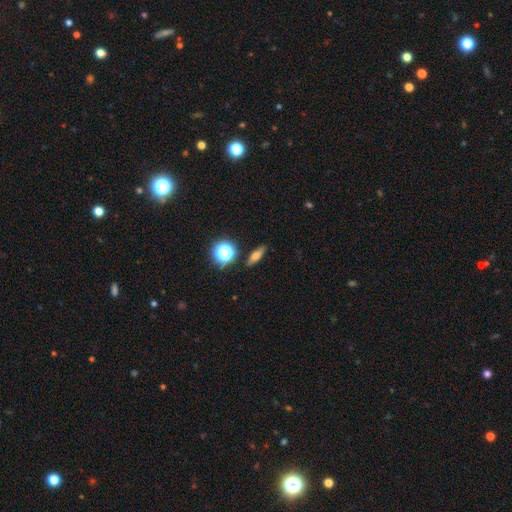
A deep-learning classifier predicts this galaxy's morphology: This is likely a smooth galaxy (61%). How rounded: marginally cigar-shaped (43%, tied with in between). Merging: clearly none (87%).